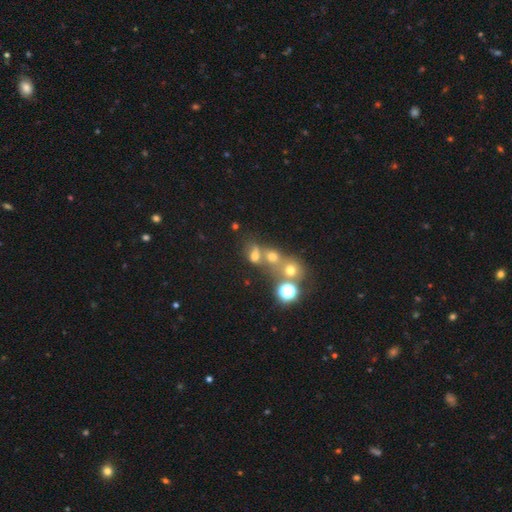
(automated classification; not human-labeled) Smooth or featured? smooth (52%)
How rounded? round (64%)
Merging? merger (48%)